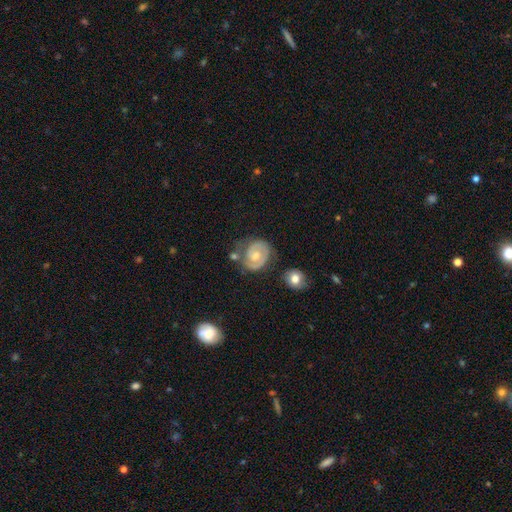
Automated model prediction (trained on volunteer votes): The model was most divided on "bar": no: 61%, weak: 33%, strong: 7%. More confident: edge-on disk — no (98%); spiral arms — yes (91%); smooth or featured — featured or disk (77%); spiral arm count — 2 (76%); bulge size — moderate (64%); merging — none (63%); spiral winding — tight (63%).